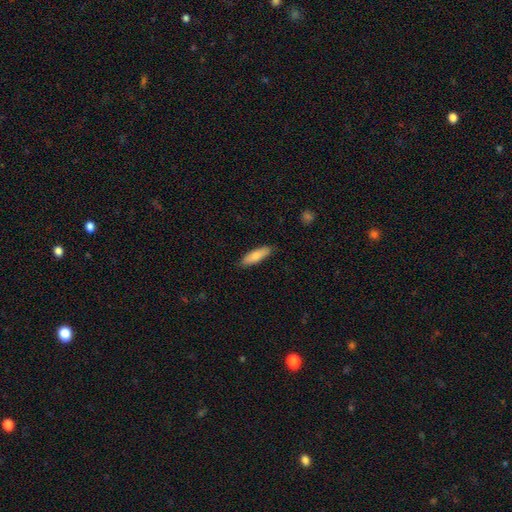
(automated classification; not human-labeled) A smooth galaxy with no disk features (81%) that is cigar-shaped (51%). Merging: none (87%).